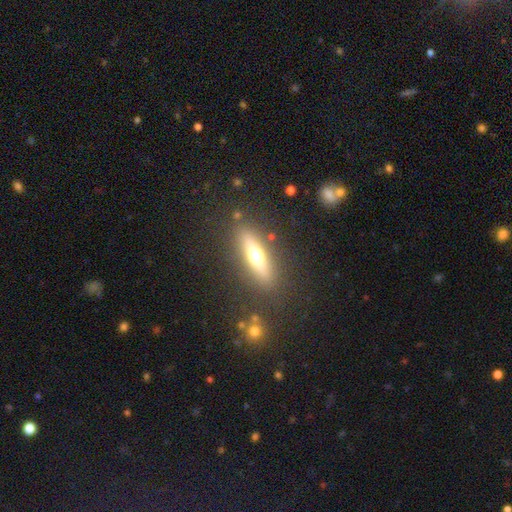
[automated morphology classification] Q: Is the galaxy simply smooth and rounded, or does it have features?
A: smooth — 48%.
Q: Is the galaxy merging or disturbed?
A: none — 85%.